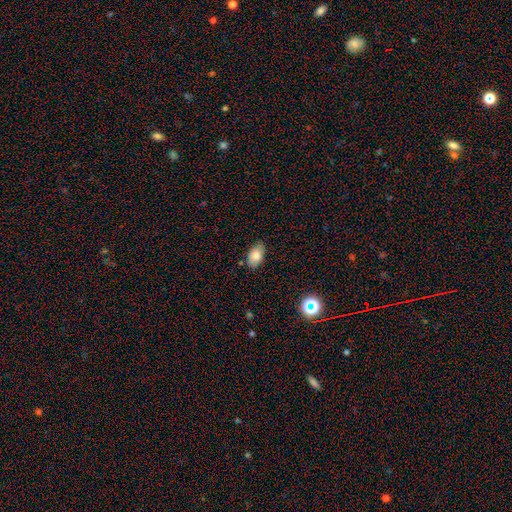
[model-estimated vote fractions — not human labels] Smooth or featured: smooth — 79% (featured or disk — 12%)
How rounded: in between — 91% (round — 7%)
Merging: none — 79% (minor disturbance — 16%)